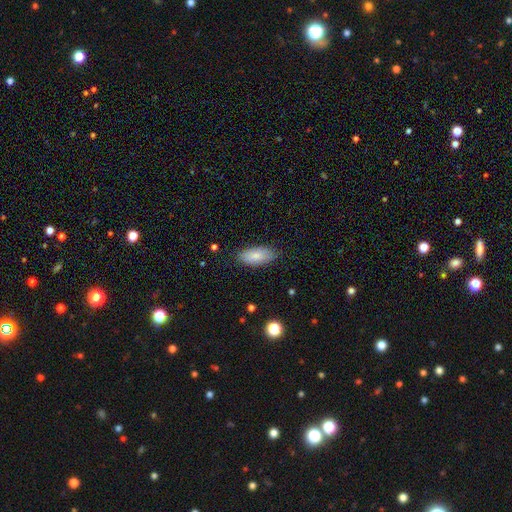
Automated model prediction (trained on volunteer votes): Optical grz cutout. It shows a smooth galaxy with no disk features (81%) that is in between round and cigar-shaped (87%). Merging: none (81%).